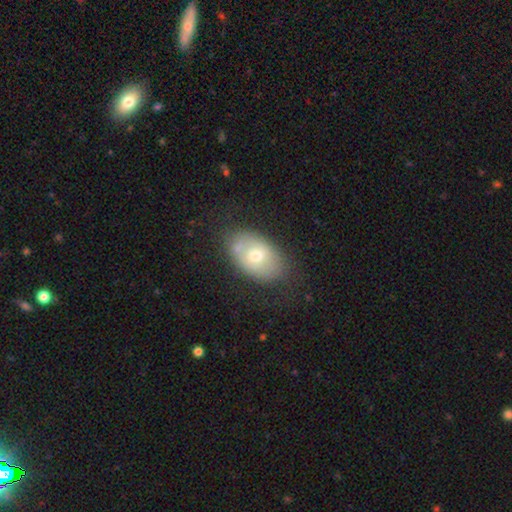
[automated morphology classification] smooth_or_featured: smooth (p=0.60) [alt: featured or disk p=0.32]
how_rounded: in between (p=0.87) [alt: round p=0.11]
merging: none (p=0.69) [alt: minor disturbance p=0.20]